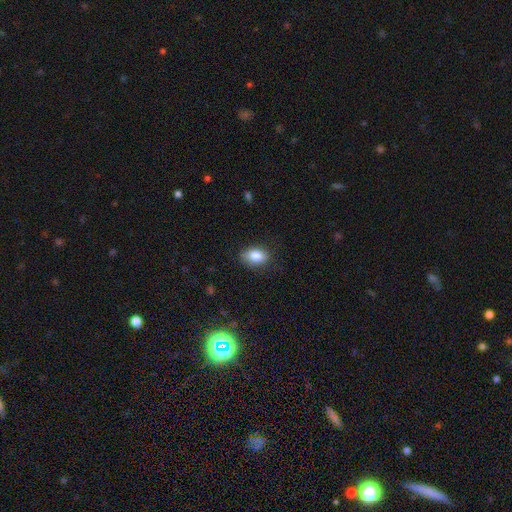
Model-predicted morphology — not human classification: Smooth or featured? Predicted: smooth (p=0.84). How rounded? Predicted: in between (p=0.85). Merging? Predicted: none (p=0.81).